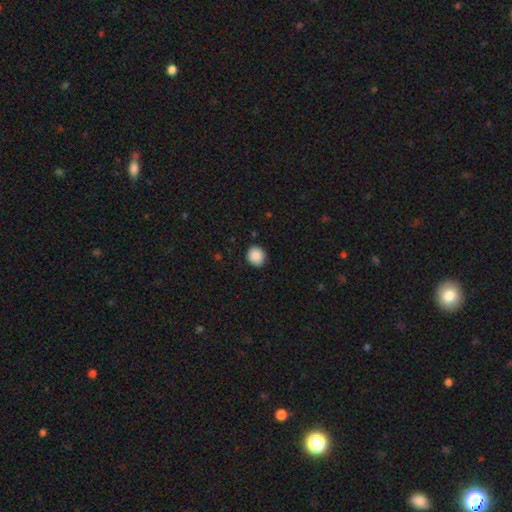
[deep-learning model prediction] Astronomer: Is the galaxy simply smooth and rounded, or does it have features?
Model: smooth — 89%.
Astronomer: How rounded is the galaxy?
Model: round — 80%.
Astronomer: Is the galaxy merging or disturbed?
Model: none — 90%.